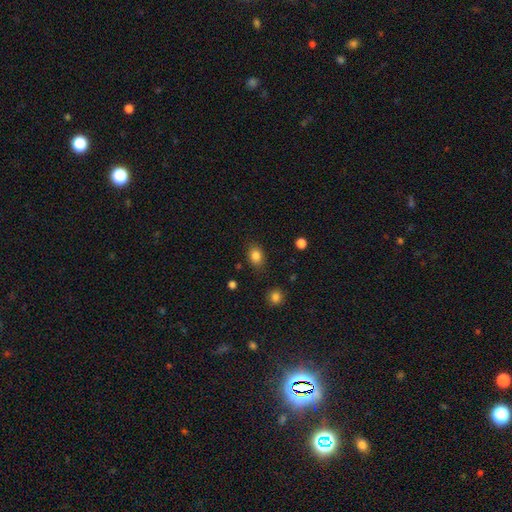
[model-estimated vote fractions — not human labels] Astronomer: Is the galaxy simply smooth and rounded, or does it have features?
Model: smooth — 85%.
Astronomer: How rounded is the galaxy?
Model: in between — 62% (runner-up: round, 37%).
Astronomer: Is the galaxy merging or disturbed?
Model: none — 82%.